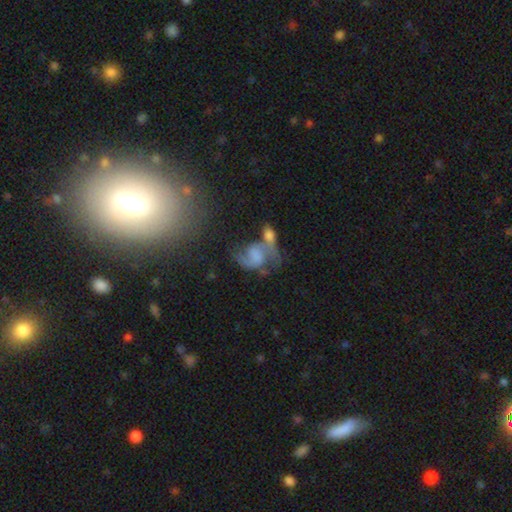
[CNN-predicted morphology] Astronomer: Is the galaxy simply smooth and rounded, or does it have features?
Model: featured or disk — 65%.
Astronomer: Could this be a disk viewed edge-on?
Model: no — 97%.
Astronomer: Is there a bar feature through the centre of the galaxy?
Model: no — 58% (runner-up: weak, 34%).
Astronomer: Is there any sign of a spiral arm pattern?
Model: yes — 85%.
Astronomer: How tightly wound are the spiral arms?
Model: loose — 46% (runner-up: medium, 40%).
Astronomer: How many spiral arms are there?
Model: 2 — 82%.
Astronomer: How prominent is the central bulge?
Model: none — 46%.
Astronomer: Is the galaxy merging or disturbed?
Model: merger — 42% (runner-up: none, 25%).